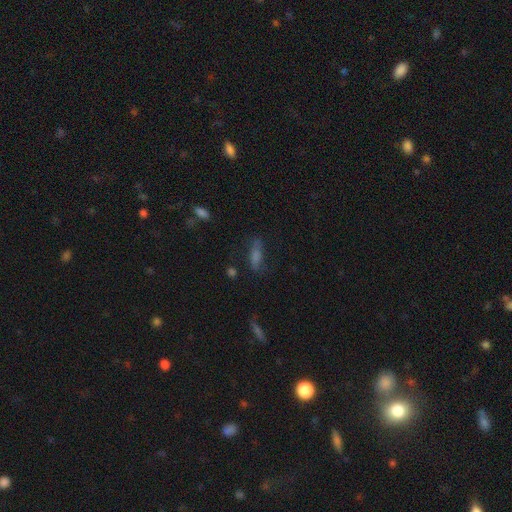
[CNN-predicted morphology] type=smooth (53%); roundness=in between (50%); merging=none (65%).